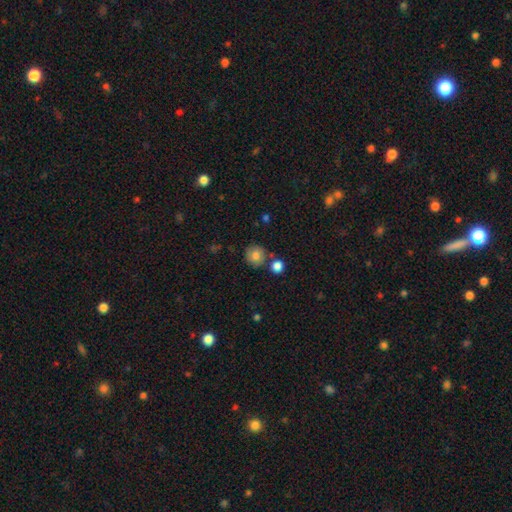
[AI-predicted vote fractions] Q: Smooth or featured?
A: smooth (78%); runner-up: featured or disk (12%)
Q: How rounded?
A: round (90%); runner-up: in between (9%)
Q: Merging?
A: none (74%); runner-up: merger (12%)